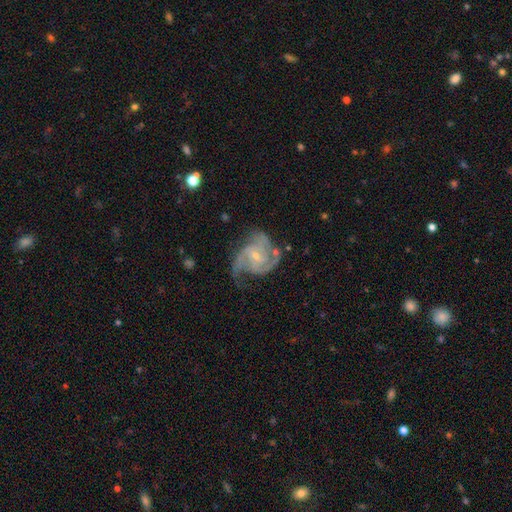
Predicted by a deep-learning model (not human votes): The model was most divided on "bar": no: 45%, weak: 43%, strong: 12%. Remaining: edge-on disk — no (98%); spiral arms — yes (97%); smooth or featured — featured or disk (89%); bulge size — small (71%); merging — none (56%); spiral winding — medium (51%); spiral arm count — 3 (41%).